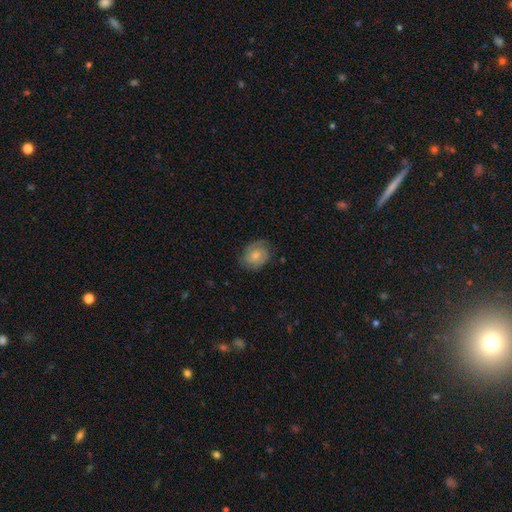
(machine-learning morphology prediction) Overall: featured or disk (52%; smooth 41%). Edge-on disk: no (97%). Bar: no (70%). Spiral arms: yes (85%). Bulge size: small (50%; moderate 38%). Merging: none (72%).